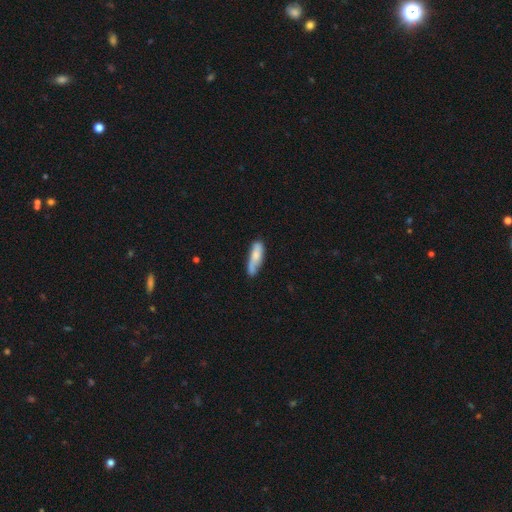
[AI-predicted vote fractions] smooth-or-featured: smooth: 69% | featured or disk: 25% | star or artifact: 6%
  how-rounded: cigar-shaped: 60% | in between: 38% | round: 2%
  merging: none: 63% | minor disturbance: 26% | major disturbance: 6% | merger: 5%